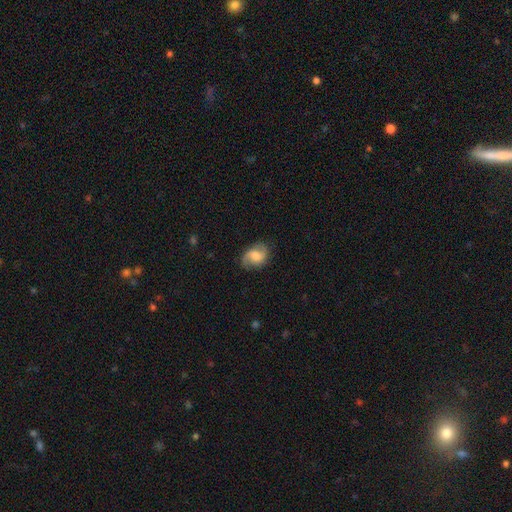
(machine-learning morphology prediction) The model was most divided on "smooth or featured": featured or disk: 50%, smooth: 42%, star or artifact: 8%. More confident: edge-on disk — no (97%); merging — none (70%).